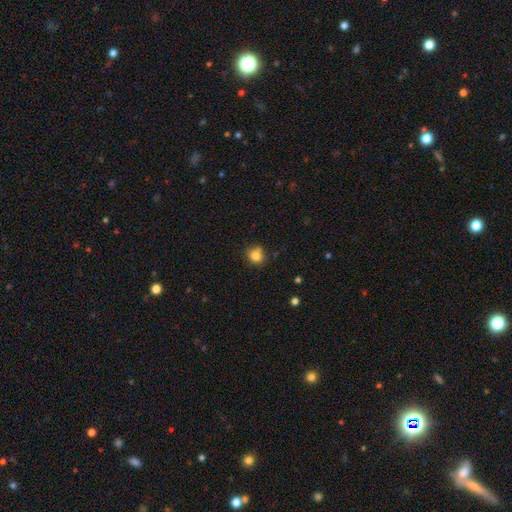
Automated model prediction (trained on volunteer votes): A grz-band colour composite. It shows a smooth galaxy with no disk features (81%) that is round (83%). Merging: none (73%).